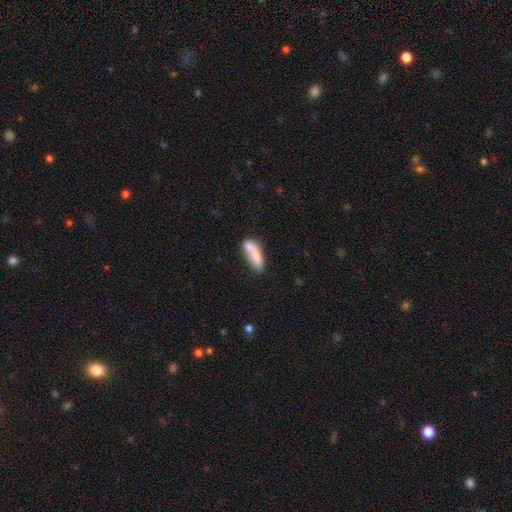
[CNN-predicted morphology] Smooth or featured? smooth (71%)
How rounded? in between (65%)
Merging? merger (45%)